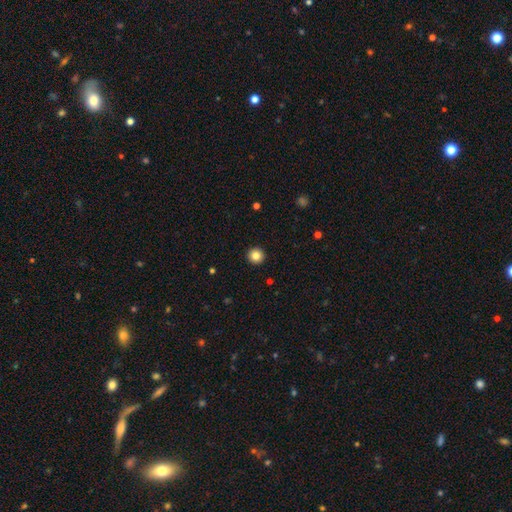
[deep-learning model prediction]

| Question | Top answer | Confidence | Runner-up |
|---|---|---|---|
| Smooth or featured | smooth | 84% | star or artifact (11%) |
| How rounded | round | 95% | in between (4%) |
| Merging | none | 94% | minor disturbance (4%) |